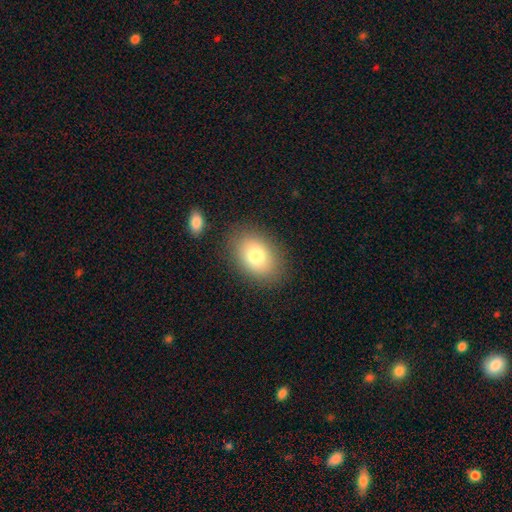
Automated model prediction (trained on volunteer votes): Q: Smooth or featured?
A: smooth (78%); runner-up: featured or disk (13%)
Q: How rounded?
A: in between (77%); runner-up: round (22%)
Q: Merging?
A: none (83%); runner-up: minor disturbance (11%)